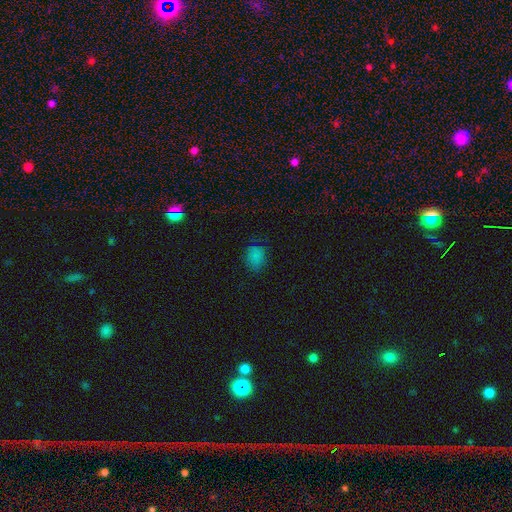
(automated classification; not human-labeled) smooth-or-featured: smooth: 79% | star or artifact: 16% | featured or disk: 5%
  how-rounded: in between: 54% | round: 45% | cigar-shaped: 1%
  merging: none: 70% | minor disturbance: 22% | major disturbance: 7% | merger: 1%